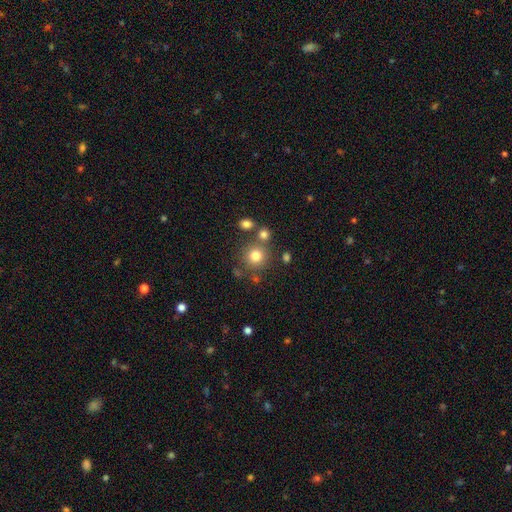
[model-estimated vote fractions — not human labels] The model was most divided on "merging": none: 73%, merger: 13%, minor disturbance: 10%, major disturbance: 4%. More confident: how rounded — round (91%); smooth or featured — smooth (78%).